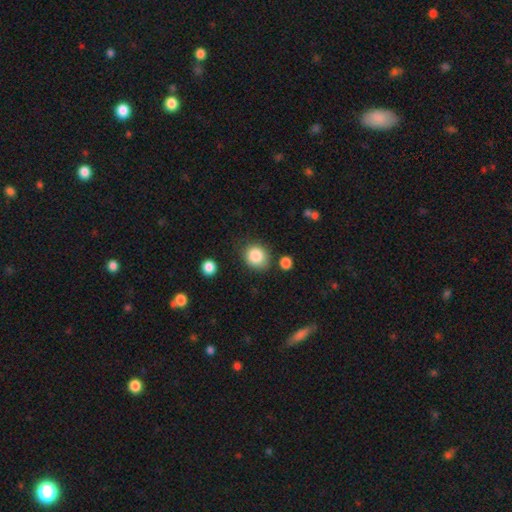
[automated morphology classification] smooth_or_featured: smooth (p=0.86) [alt: star or artifact p=0.09]
how_rounded: round (p=0.76) [alt: in between p=0.23]
merging: none (p=0.74) [alt: minor disturbance p=0.16]